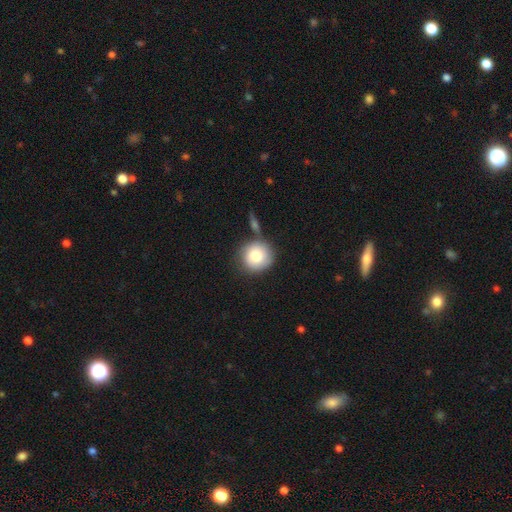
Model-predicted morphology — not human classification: Smooth or featured?
  - smooth: 78% *
  - featured or disk: 14%
  - star or artifact: 8%
How rounded?
  - round: 92% *
  - in between: 7%
  - cigar-shaped: 1%
Merging?
  - none: 69% *
  - minor disturbance: 14%
  - merger: 13%
  - major disturbance: 4%